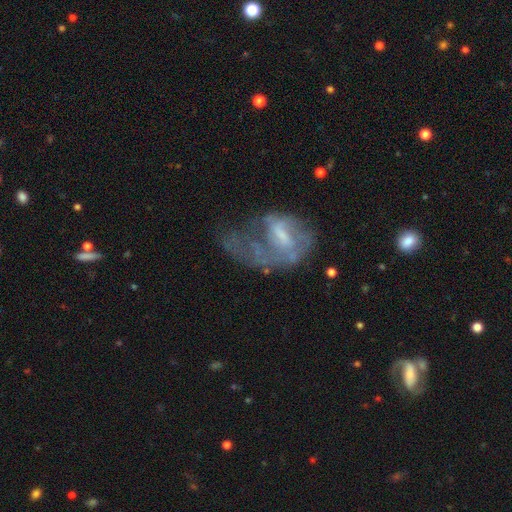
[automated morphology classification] Q: Smooth or featured?
A: featured or disk (61%); runner-up: smooth (25%)
Q: Edge-on disk?
A: no (95%); runner-up: yes (5%)
Q: Bar?
A: no (44%); runner-up: weak (42%)
Q: Spiral arms?
A: no (51%); runner-up: yes (49%)
Q: Bulge size?
A: small (39%); runner-up: moderate (32%)
Q: Merging?
A: major disturbance (48%); runner-up: none (28%)